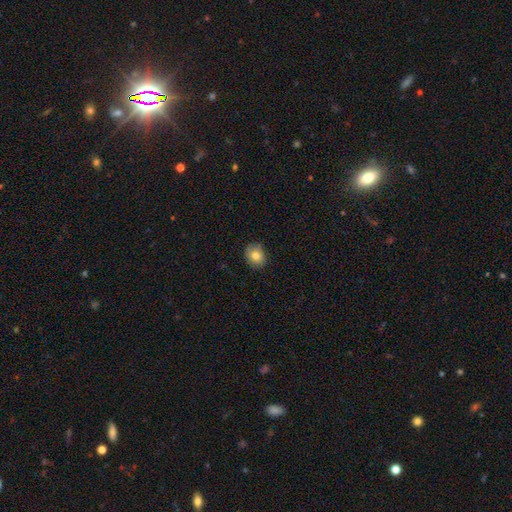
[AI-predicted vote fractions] Overall: smooth (80%). How rounded: round (61%; in between 38%). Merging: none (87%).